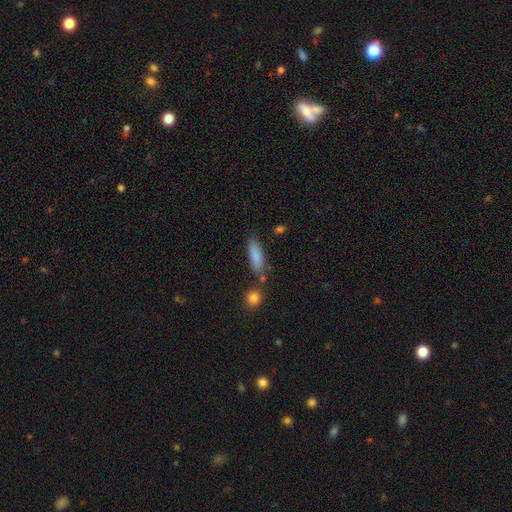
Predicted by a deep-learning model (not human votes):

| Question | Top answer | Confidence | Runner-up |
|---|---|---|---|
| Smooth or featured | smooth | 85% | featured or disk (9%) |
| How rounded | in between | 51% | cigar-shaped (46%) |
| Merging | none | 73% | minor disturbance (14%) |